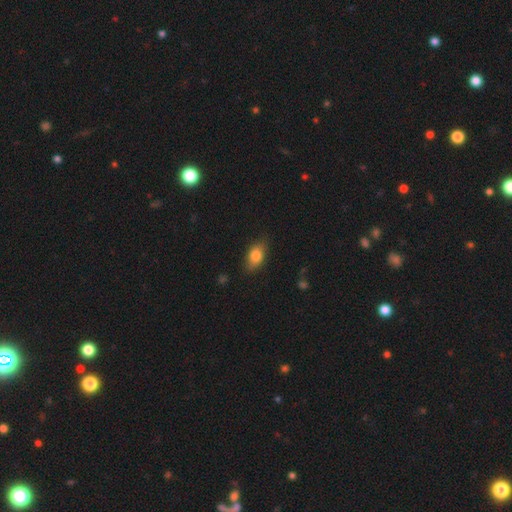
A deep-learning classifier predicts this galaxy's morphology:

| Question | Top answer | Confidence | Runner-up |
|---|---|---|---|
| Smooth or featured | smooth | 79% | featured or disk (13%) |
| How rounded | in between | 85% | round (10%) |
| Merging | none | 79% | minor disturbance (16%) |